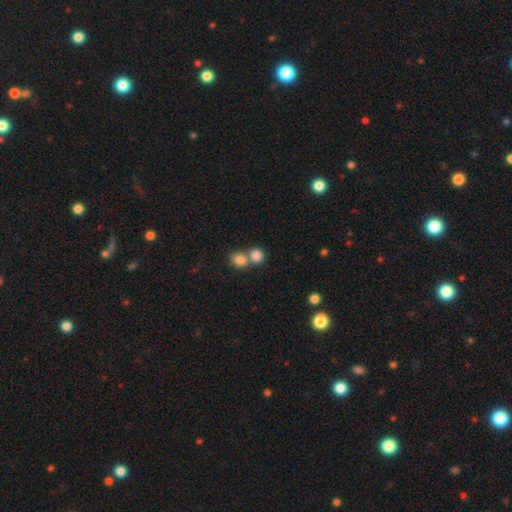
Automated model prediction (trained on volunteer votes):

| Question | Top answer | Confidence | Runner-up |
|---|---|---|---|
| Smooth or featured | smooth | 83% | star or artifact (10%) |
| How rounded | round | 76% | in between (23%) |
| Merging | merger | 50% | none (40%) |